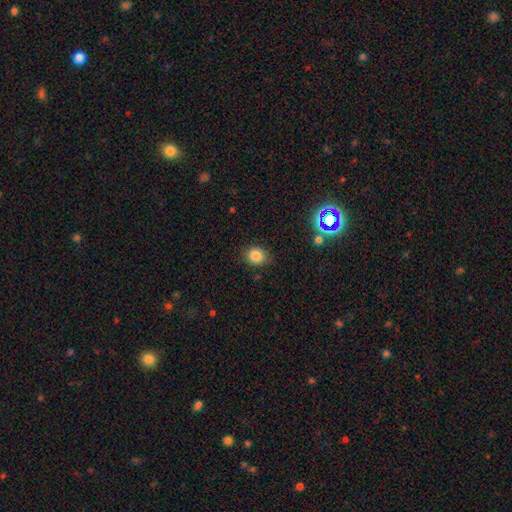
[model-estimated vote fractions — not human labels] Overall: smooth (83%). How rounded: round (73%). Merging: none (85%).